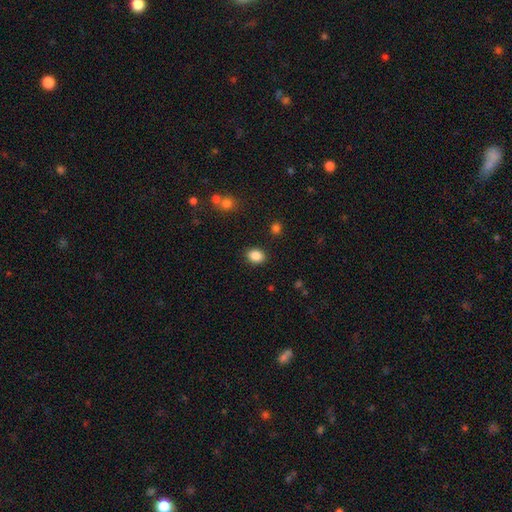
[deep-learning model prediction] smooth_or_featured: smooth (p=0.87) [alt: star or artifact p=0.09]
how_rounded: in between (p=0.55) [alt: round p=0.44]
merging: none (p=0.88) [alt: minor disturbance p=0.08]